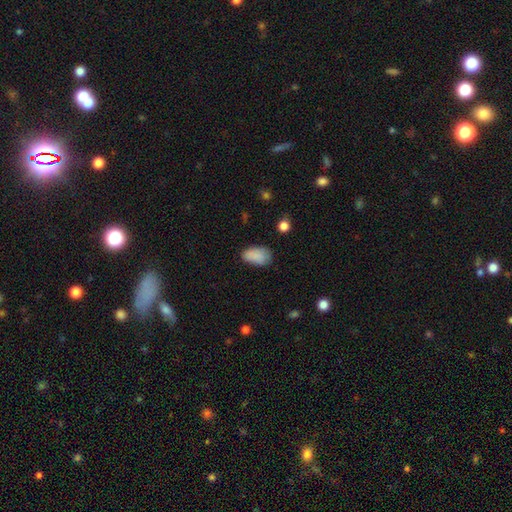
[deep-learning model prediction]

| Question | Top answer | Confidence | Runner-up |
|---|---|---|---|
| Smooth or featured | smooth | 86% | star or artifact (8%) |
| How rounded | in between | 92% | round (7%) |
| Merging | none | 62% | minor disturbance (28%) |